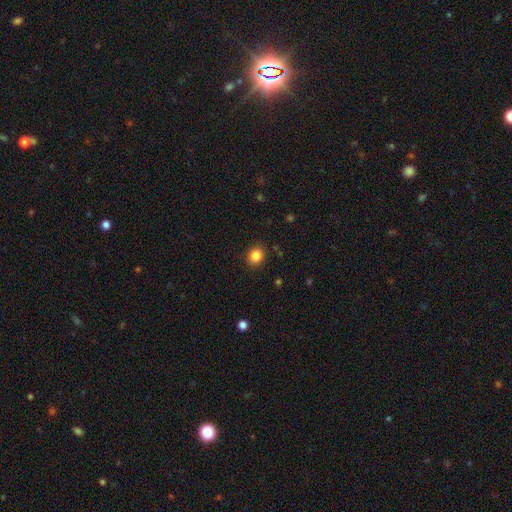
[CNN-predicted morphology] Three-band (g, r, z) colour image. It shows a smooth galaxy with no disk features (86%) that is round (69%). Merging: none (89%).